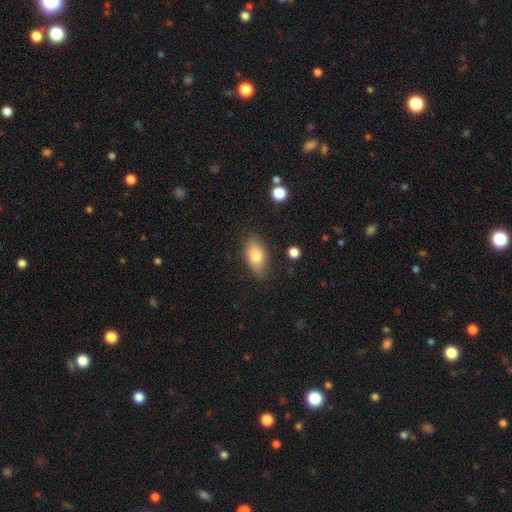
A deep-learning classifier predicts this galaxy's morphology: The model was most divided on "merging": none: 78%, minor disturbance: 16%, major disturbance: 4%, merger: 2%. More confident: how rounded — in between (89%); smooth or featured — smooth (79%).